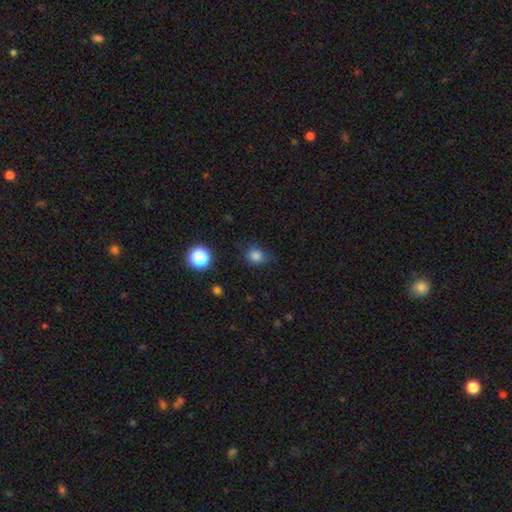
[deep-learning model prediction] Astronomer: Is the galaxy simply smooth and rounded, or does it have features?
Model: smooth — 82%.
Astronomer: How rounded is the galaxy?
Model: round — 74%.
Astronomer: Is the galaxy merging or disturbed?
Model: none — 74%.